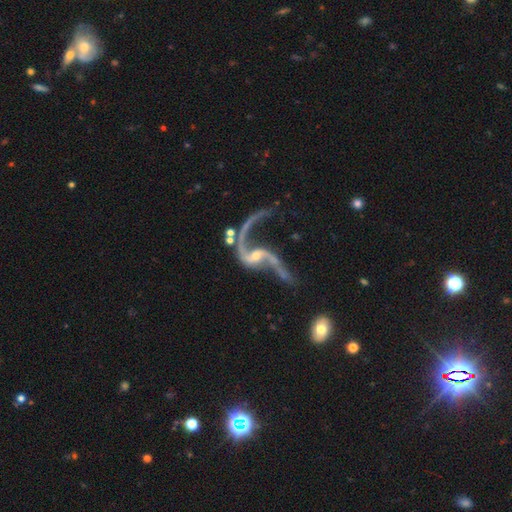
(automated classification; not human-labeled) Smooth or featured: featured or disk — 90% (star or artifact — 6%)
Edge-on disk: no — 95% (yes — 5%)
Bar: no — 47% (weak — 35%)
Spiral arms: yes — 95% (no — 5%)
Spiral winding: loose — 89% (medium — 8%)
Spiral arm count: 2 — 89% (1 — 5%)
Bulge size: small — 67% (moderate — 25%)
Merging: none — 40% (major disturbance — 30%)